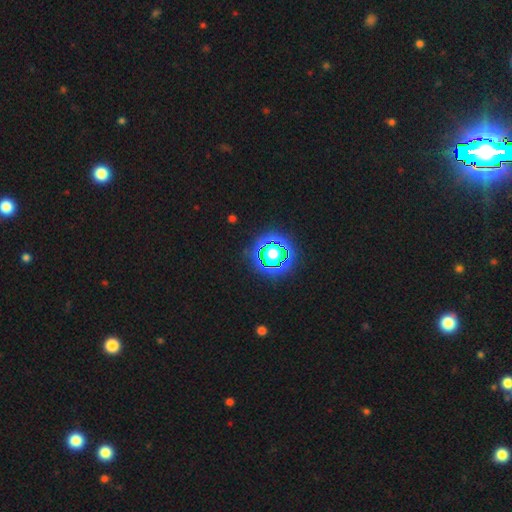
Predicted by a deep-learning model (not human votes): This is clearly a star or artifact rather than a galaxy (85%).